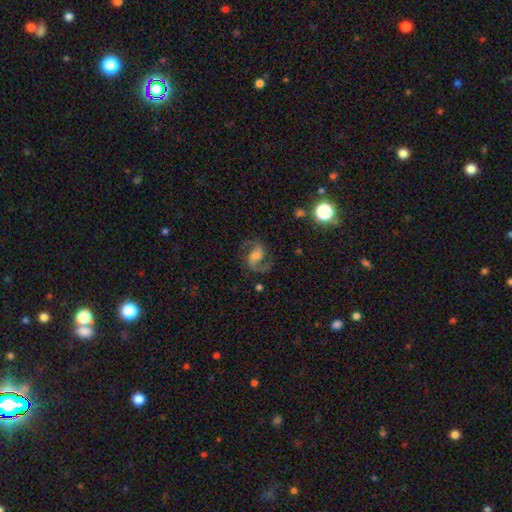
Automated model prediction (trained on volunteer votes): Smooth or featured? featured or disk (88%)
Edge-on disk? no (98%)
Bar? weak (46%)
Spiral arms? yes (97%)
Spiral winding? medium (55%)
Spiral arm count? 2 (92%)
Bulge size? moderate (52%)
Merging? none (80%)